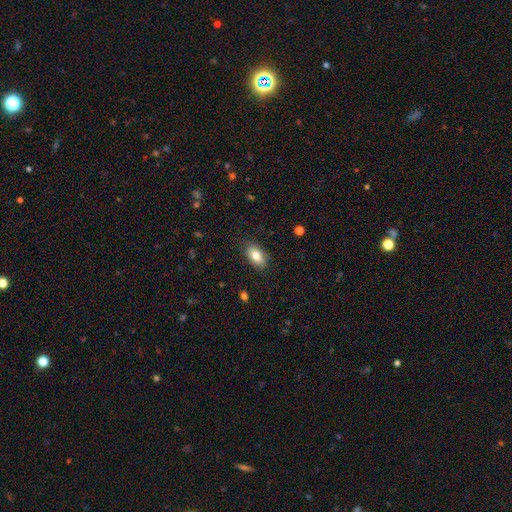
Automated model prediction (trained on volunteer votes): Smooth or featured? smooth (81%)
How rounded? in between (91%)
Merging? none (84%)